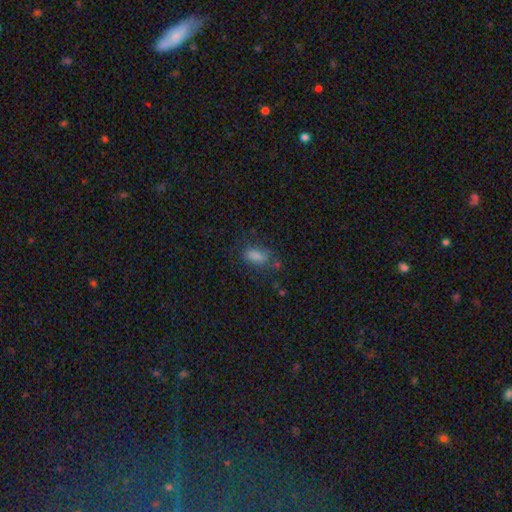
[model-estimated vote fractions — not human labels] A smooth galaxy with no disk features (78%) that is in between round and cigar-shaped (85%). Merging: none (66%).